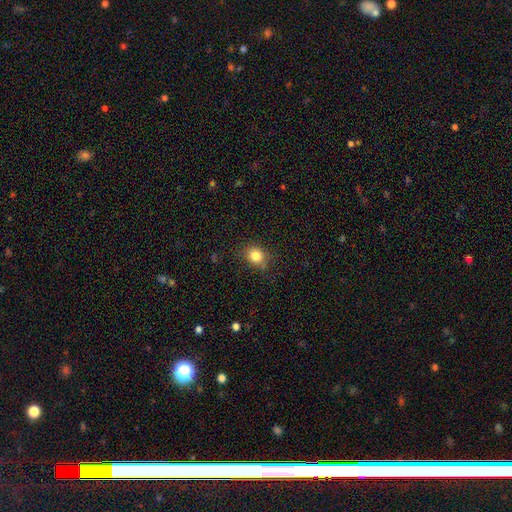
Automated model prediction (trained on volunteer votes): The model was most divided on "how rounded": round: 63%, in between: 36%, cigar-shaped: 1%. More confident: smooth or featured — smooth (83%); merging — none (78%).